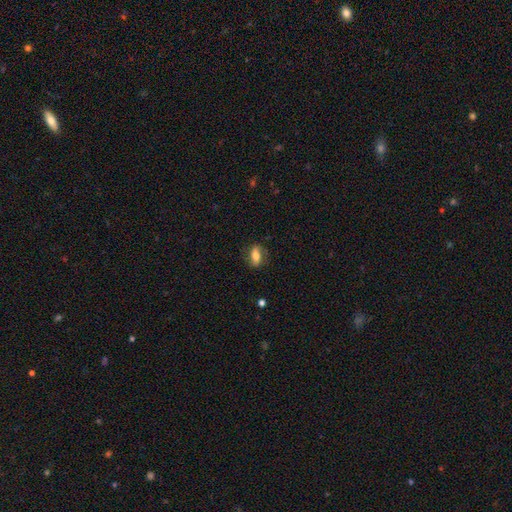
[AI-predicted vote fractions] smooth 56%, featured or disk 36%, star or artifact 8%. Down the decision tree: how rounded — in between (80%); merging — none (75%).